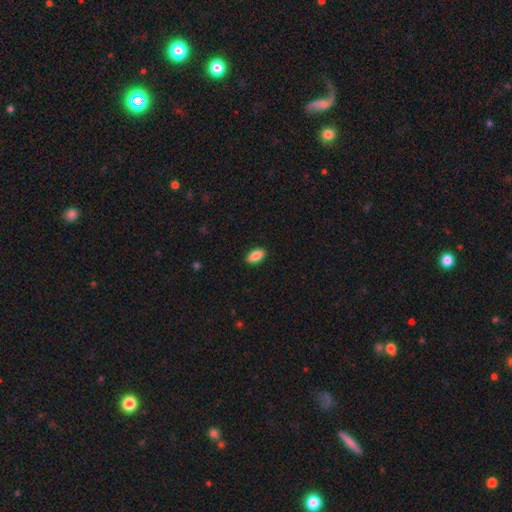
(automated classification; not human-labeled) This is clearly a smooth galaxy (88%). How rounded: clearly in between (92%). Merging: clearly none (90%).